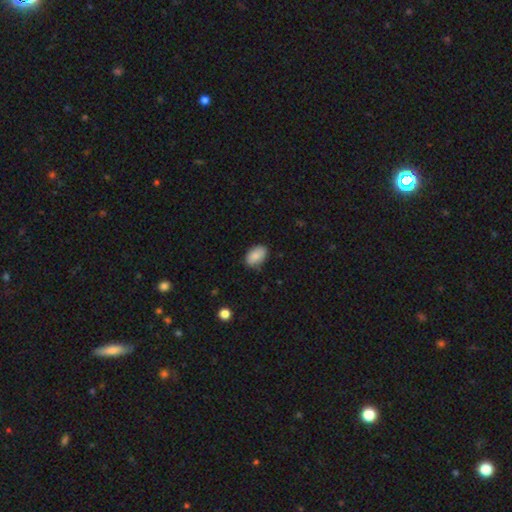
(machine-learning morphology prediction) Smooth or featured?
  - smooth: 87% *
  - star or artifact: 7%
  - featured or disk: 6%
How rounded?
  - in between: 90% *
  - round: 9%
  - cigar-shaped: 1%
Merging?
  - none: 80% *
  - minor disturbance: 16%
  - major disturbance: 3%
  - merger: 1%